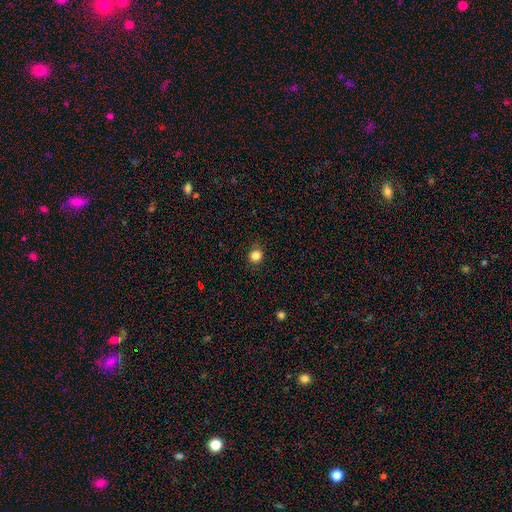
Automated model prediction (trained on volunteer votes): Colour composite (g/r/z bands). It shows a smooth galaxy with no disk features (84%) that is round (85%). Merging: none (87%).